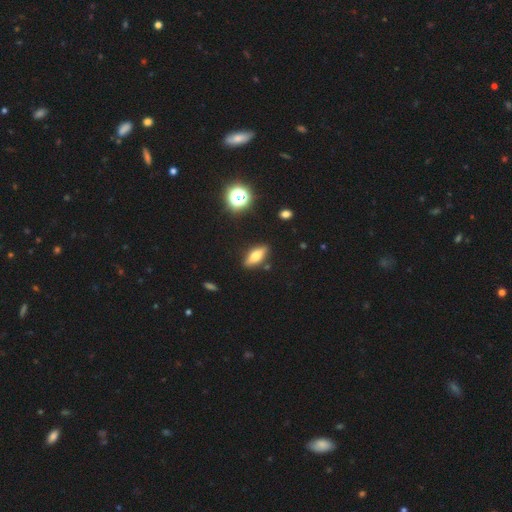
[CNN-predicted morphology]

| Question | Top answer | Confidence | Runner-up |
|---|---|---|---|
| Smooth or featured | smooth | 54% | featured or disk (35%) |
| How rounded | in between | 61% | cigar-shaped (35%) |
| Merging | none | 86% | minor disturbance (10%) |